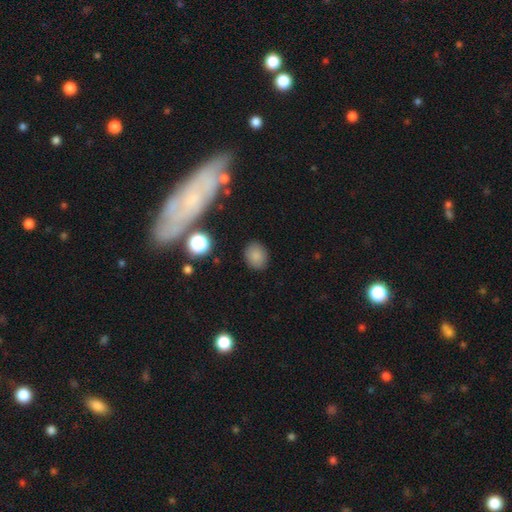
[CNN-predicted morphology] type=smooth (81%); roundness=round (50%); merging=none (86%).